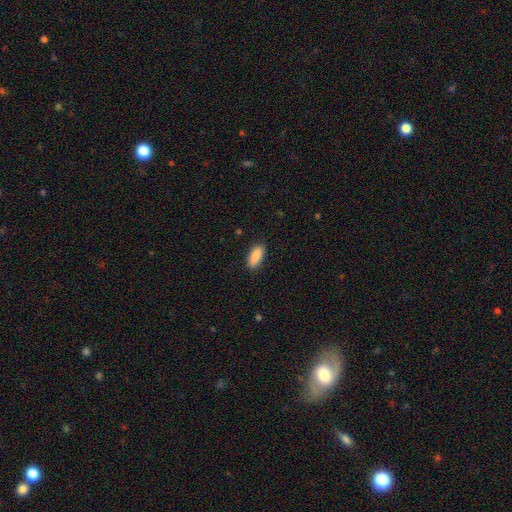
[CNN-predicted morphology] type=smooth (89%); roundness=in between (81%); merging=none (86%).